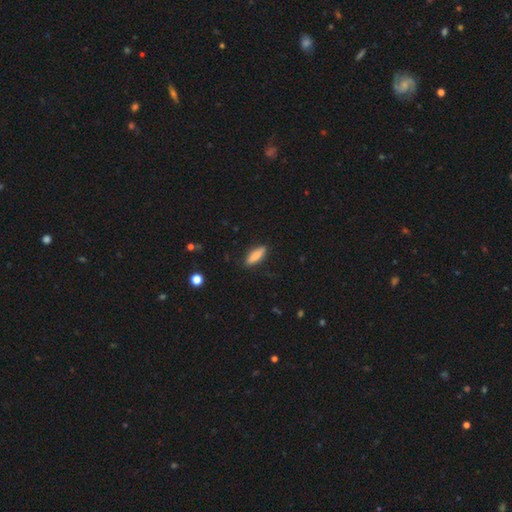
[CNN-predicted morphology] Smooth or featured? smooth (82%)
How rounded? cigar-shaped (50%)
Merging? none (87%)